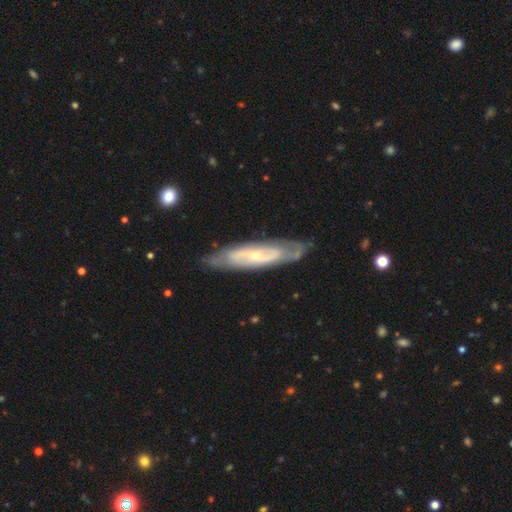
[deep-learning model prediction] smooth-or-featured: featured or disk: 77% | smooth: 18% | star or artifact: 5%
  disk-edge-on: no: 72% | yes: 28%
    bar: no: 57% | weak: 30% | strong: 13%
    has-spiral-arms: yes: 82% | no: 18%
    bulge-size: small: 76% | moderate: 20% | none: 2% | large: 1% | dominant: 1%
  merging: none: 76% | minor disturbance: 17% | major disturbance: 5% | merger: 2%